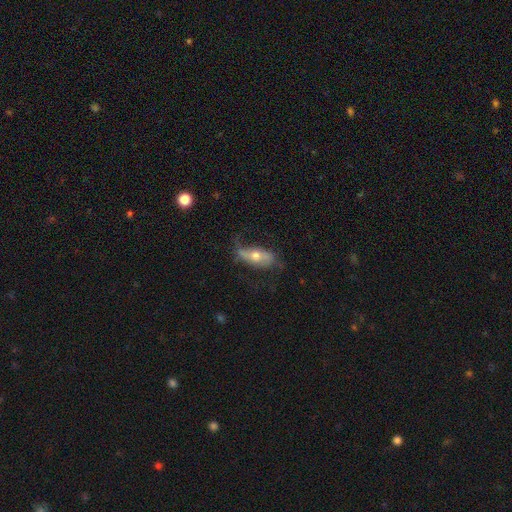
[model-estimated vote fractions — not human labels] Morphology: type=featured or disk (58%); edge-on=no (77%); merging=none (56%).